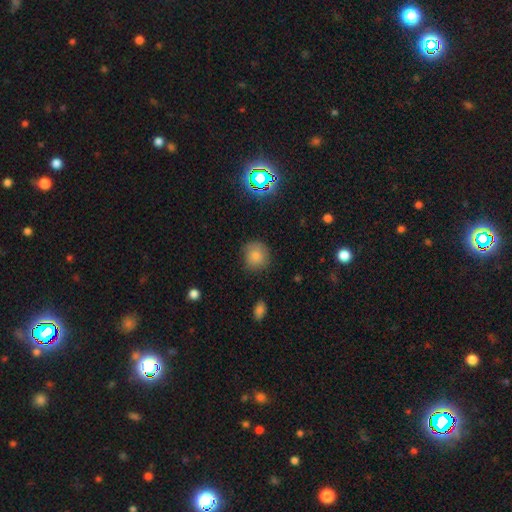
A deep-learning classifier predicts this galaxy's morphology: Smooth or featured? Predicted: smooth (p=0.80). How rounded? Predicted: round (p=0.87). Merging? Predicted: none (p=0.78).